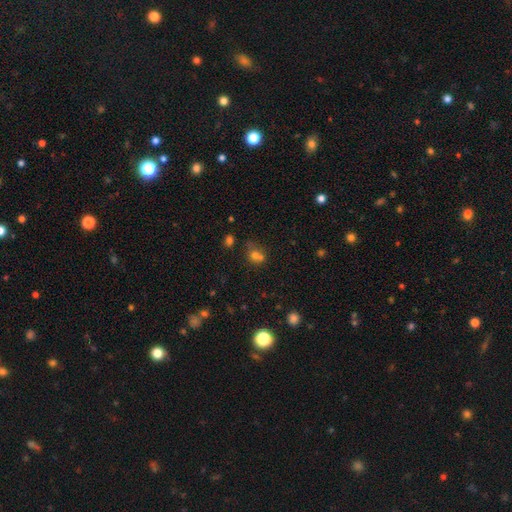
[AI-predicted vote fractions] Smooth or featured? smooth (67%)
How rounded? round (64%)
Merging? merger (47%)